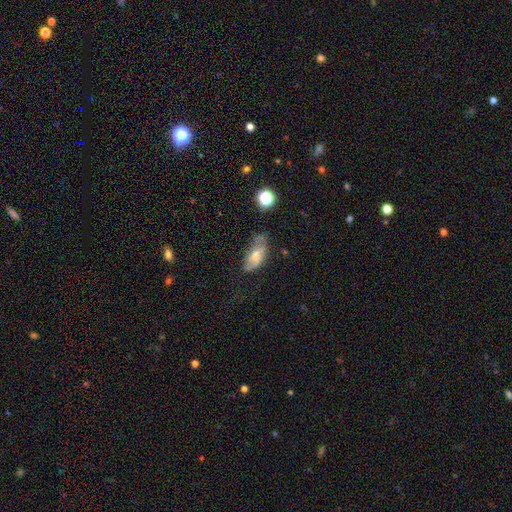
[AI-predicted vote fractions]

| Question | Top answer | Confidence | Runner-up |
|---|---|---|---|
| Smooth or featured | smooth | 60% | featured or disk (29%) |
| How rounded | in between | 85% | cigar-shaped (11%) |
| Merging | none | 48% | minor disturbance (33%) |